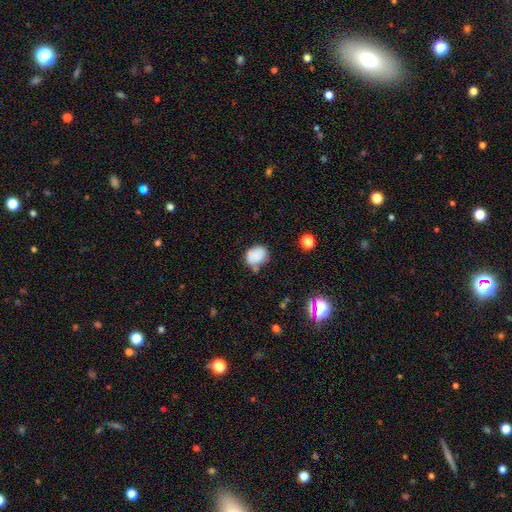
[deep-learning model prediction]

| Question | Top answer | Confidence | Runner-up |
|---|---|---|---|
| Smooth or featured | smooth | 84% | star or artifact (10%) |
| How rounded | in between | 56% | round (43%) |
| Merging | none | 60% | minor disturbance (24%) |